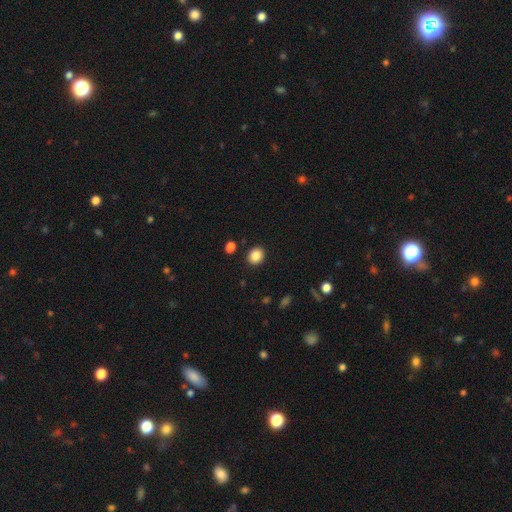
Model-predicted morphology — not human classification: Q: Smooth or featured?
A: smooth (86%); runner-up: star or artifact (9%)
Q: How rounded?
A: round (67%); runner-up: in between (32%)
Q: Merging?
A: none (89%); runner-up: minor disturbance (7%)